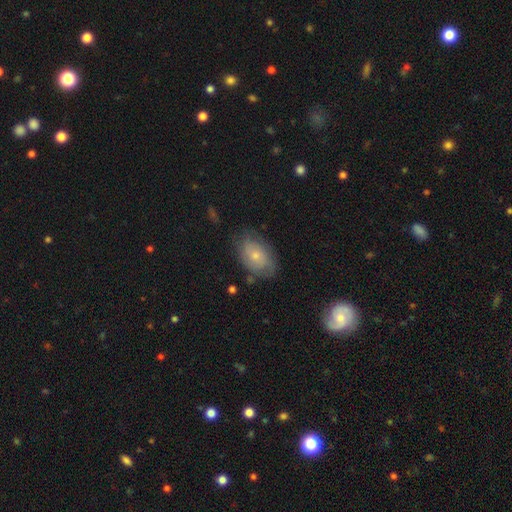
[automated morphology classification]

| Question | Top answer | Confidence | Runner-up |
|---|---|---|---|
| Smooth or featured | smooth | 56% | featured or disk (36%) |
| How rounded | in between | 82% | round (17%) |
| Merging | none | 66% | minor disturbance (24%) |